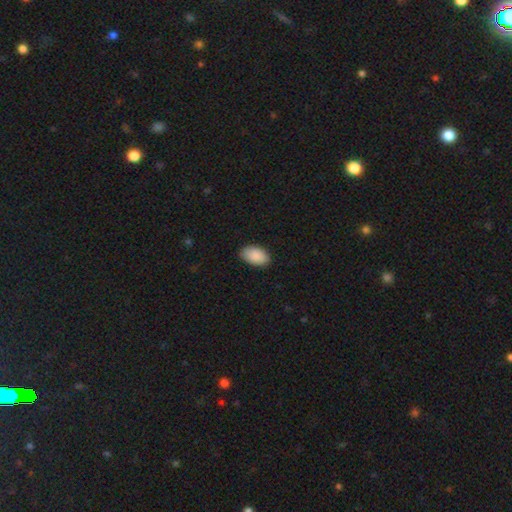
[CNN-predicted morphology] This is clearly a smooth galaxy (90%). How rounded: clearly in between (94%). Merging: clearly none (85%).